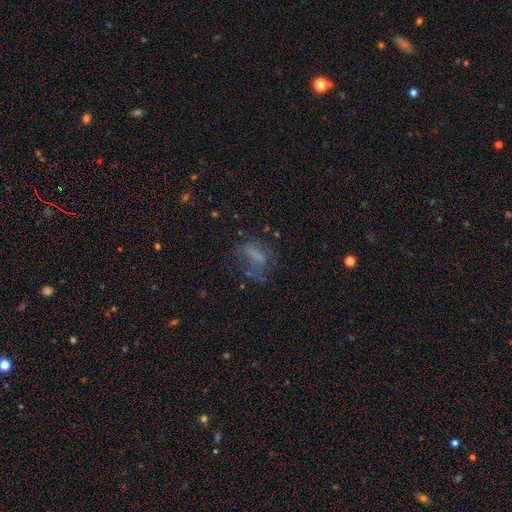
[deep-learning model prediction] Q: Smooth or featured?
A: smooth (45%); runner-up: featured or disk (35%)
Q: Merging?
A: none (43%); runner-up: major disturbance (31%)